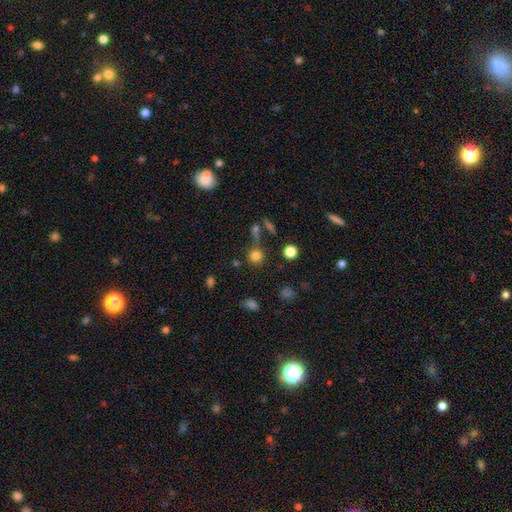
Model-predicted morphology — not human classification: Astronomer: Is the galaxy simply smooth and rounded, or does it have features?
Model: smooth — 77%.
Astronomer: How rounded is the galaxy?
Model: round — 91%.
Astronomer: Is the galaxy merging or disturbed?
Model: none — 70%.